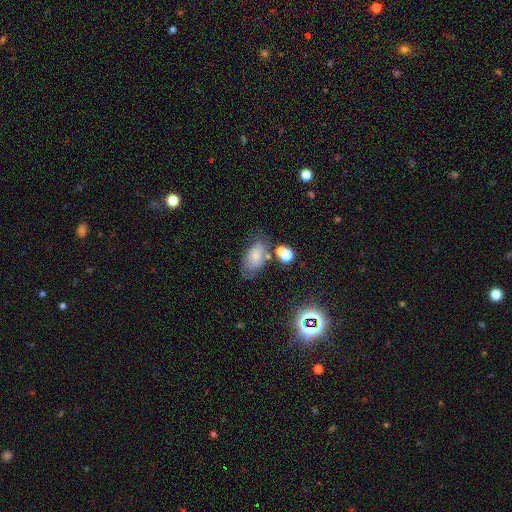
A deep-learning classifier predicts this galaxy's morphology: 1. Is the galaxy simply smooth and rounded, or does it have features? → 67% smooth, 19% featured or disk, 14% star or artifact.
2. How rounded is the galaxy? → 89% in between, 8% round, 3% cigar-shaped.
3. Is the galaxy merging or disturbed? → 53% none, 25% minor disturbance, 11% major disturbance, 11% merger.